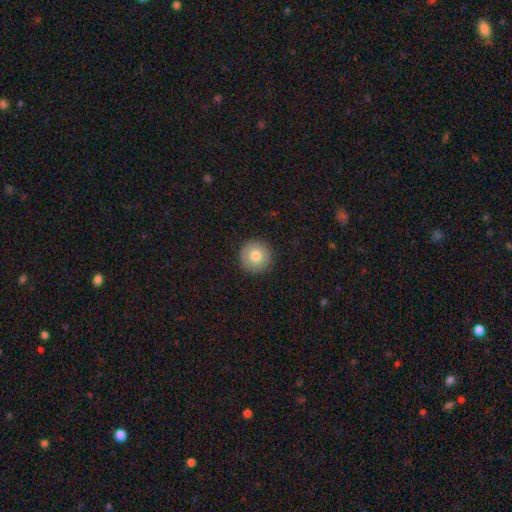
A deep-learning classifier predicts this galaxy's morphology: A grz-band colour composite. It shows a smooth galaxy with no disk features (77%) that is round (96%). Merging: none (91%).